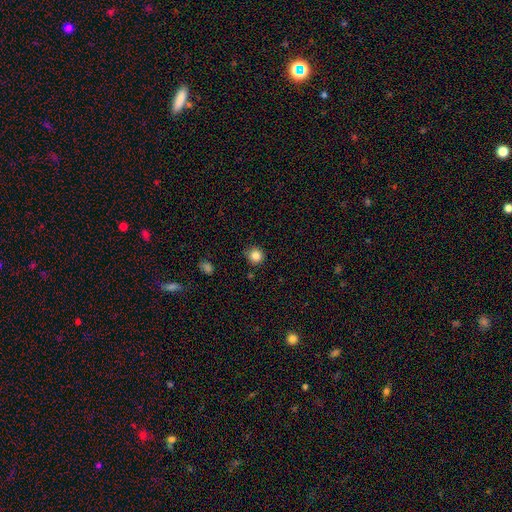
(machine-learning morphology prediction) This appears to be a smooth galaxy with no disk features (84%) that is round (93%). Merging: none (85%).